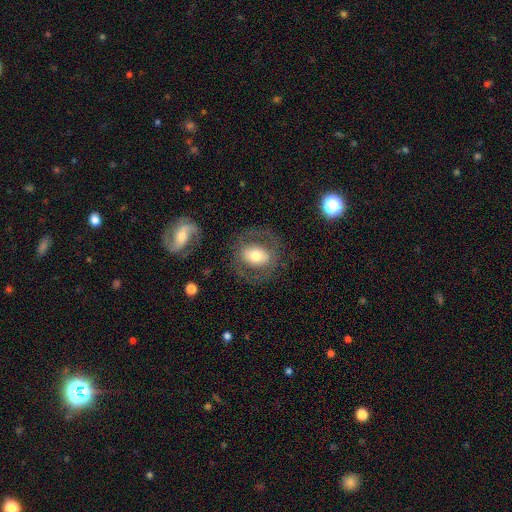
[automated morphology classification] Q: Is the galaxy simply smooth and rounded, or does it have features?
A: featured or disk — 48%.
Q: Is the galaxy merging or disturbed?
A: none — 75%.